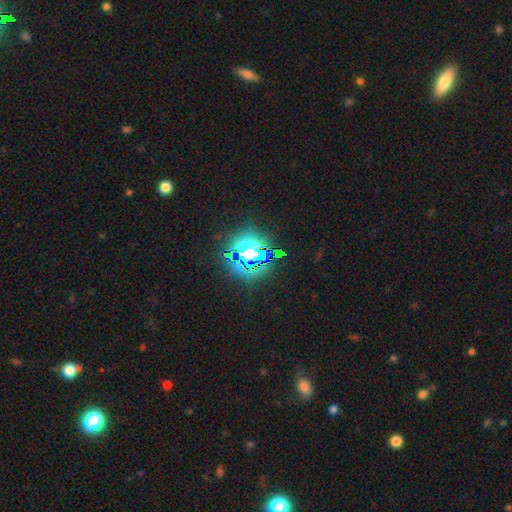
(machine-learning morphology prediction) A star or artifact, not a galaxy (71%).